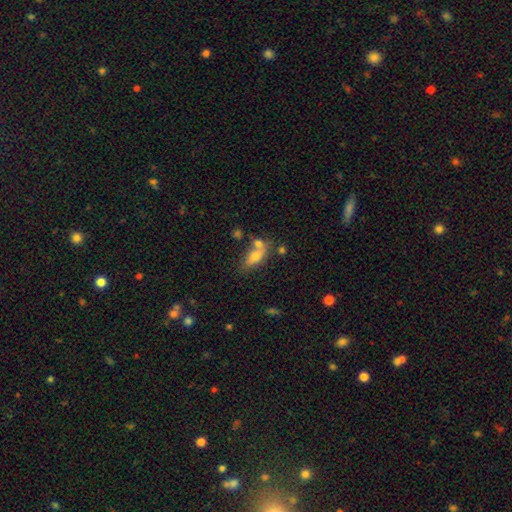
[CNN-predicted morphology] Overall: smooth (71%). How rounded: in between (79%). Merging: none (47%; merger 32%).